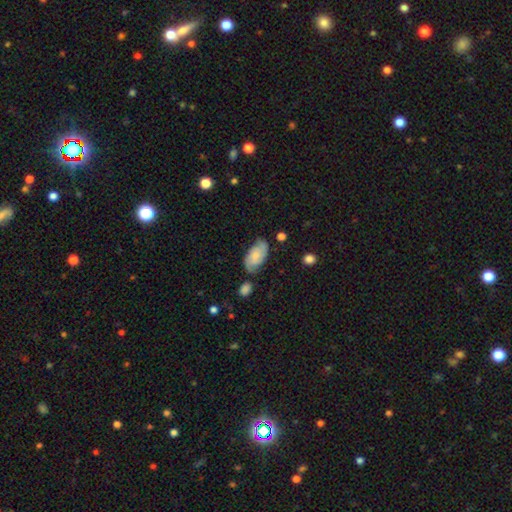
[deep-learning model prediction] Smooth or featured: smooth — 56% (featured or disk — 37%)
How rounded: in between — 94% (round — 3%)
Merging: none — 63% (minor disturbance — 25%)